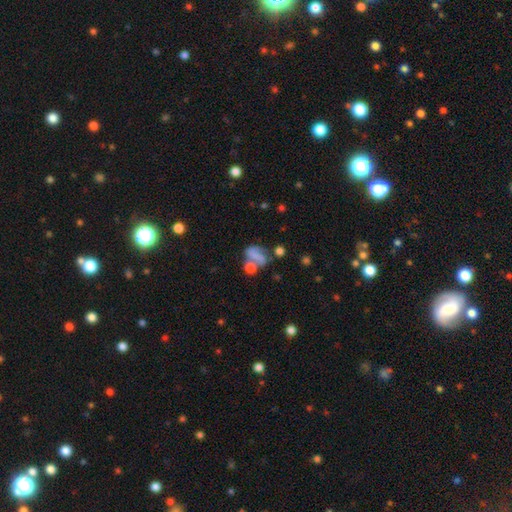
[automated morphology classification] Smooth or featured?
  - featured or disk: 46% *
  - smooth: 40%
  - star or artifact: 14%
Merging?
  - none: 33% *
  - merger: 32%
  - minor disturbance: 18%
  - major disturbance: 18%